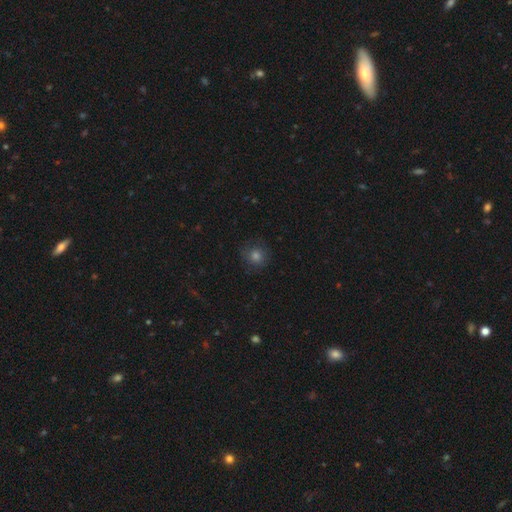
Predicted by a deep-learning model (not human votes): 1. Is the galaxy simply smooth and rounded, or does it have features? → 71% smooth, 20% star or artifact, 9% featured or disk.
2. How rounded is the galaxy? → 92% round, 7% in between, 1% cigar-shaped.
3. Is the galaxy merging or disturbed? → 83% none, 11% minor disturbance, 4% major disturbance, 1% merger.